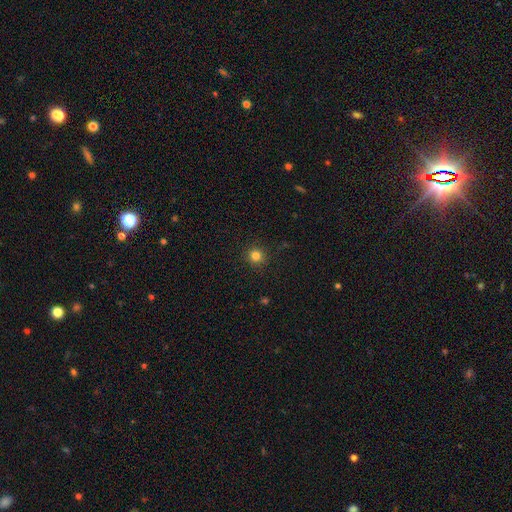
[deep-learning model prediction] Smooth or featured: smooth — 81% (star or artifact — 14%)
How rounded: round — 92% (in between — 7%)
Merging: none — 91% (minor disturbance — 6%)